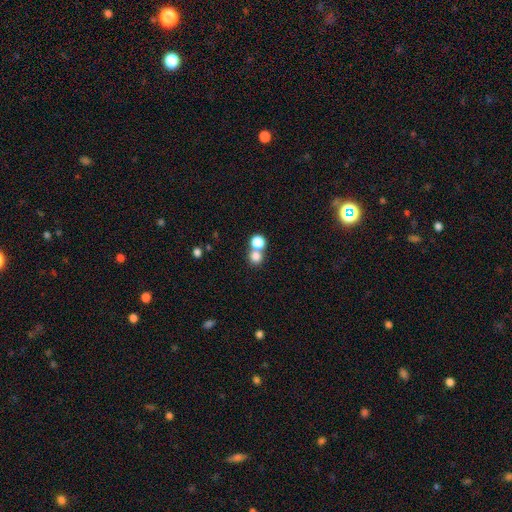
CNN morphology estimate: Smooth or featured? Predicted: smooth (p=0.78). How rounded? Predicted: round (p=0.87). Merging? Predicted: none (p=0.48).